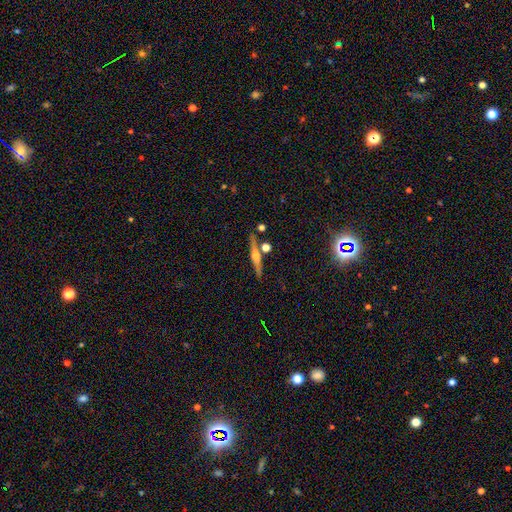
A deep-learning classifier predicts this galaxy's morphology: Smooth or featured: featured or disk — 70% (smooth — 22%)
Edge-on disk: yes — 97% (no — 3%)
Edge-on bulge: rounded — 87% (boxy — 8%)
Merging: none — 82% (minor disturbance — 9%)